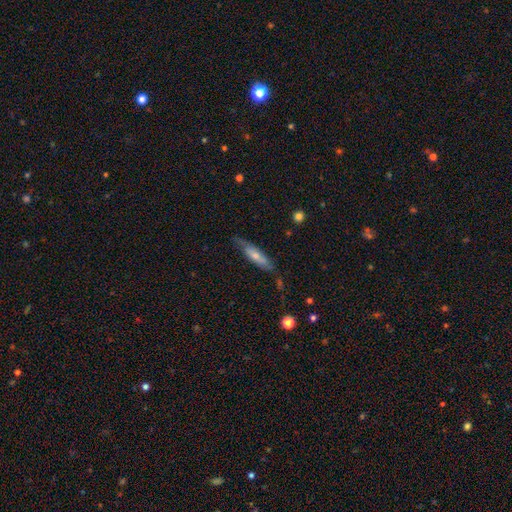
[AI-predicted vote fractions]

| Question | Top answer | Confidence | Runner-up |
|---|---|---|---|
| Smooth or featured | smooth | 57% | featured or disk (38%) |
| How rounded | cigar-shaped | 68% | in between (30%) |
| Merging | none | 65% | minor disturbance (26%) |